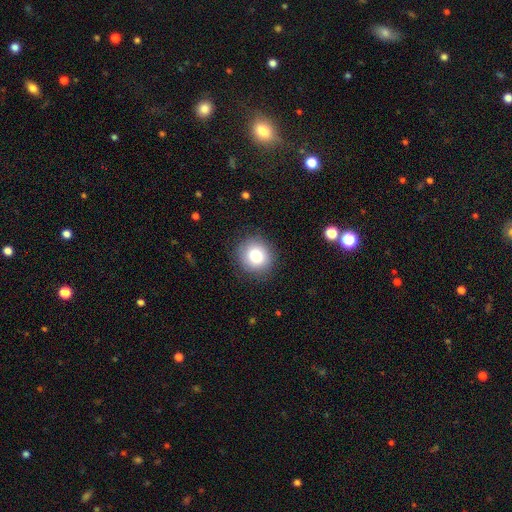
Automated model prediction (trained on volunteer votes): smooth_or_featured: smooth (p=0.82) [alt: star or artifact p=0.09]
how_rounded: round (p=0.88) [alt: in between p=0.11]
merging: none (p=0.87) [alt: minor disturbance p=0.09]